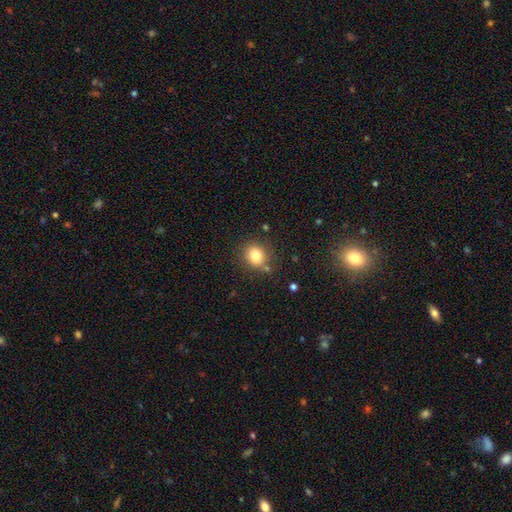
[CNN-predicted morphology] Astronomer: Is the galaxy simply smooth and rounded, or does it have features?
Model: smooth — 82%.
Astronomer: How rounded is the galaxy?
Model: round — 77%.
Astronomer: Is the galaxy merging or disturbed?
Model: none — 78%.